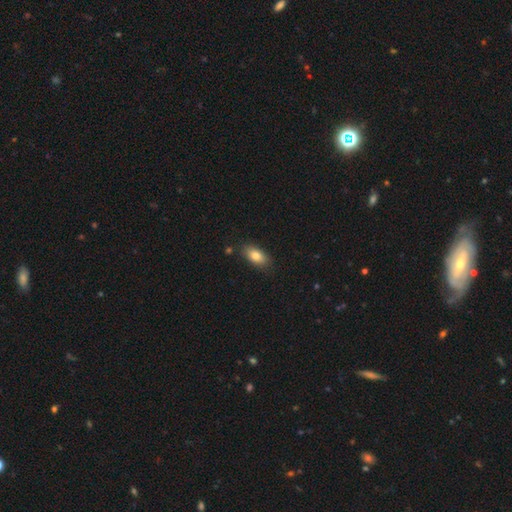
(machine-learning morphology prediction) This is clearly a smooth galaxy (82%). How rounded: clearly in between (89%). Merging: clearly none (83%).